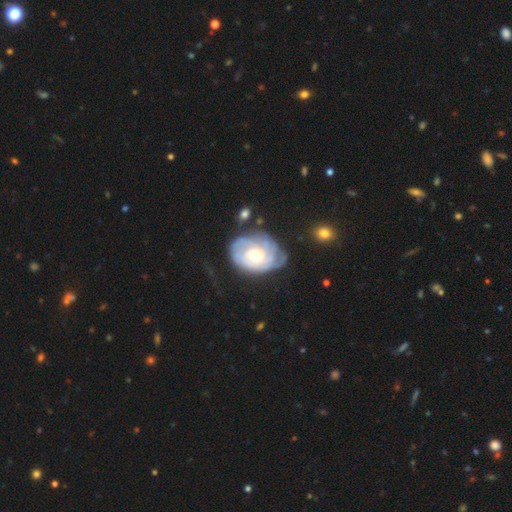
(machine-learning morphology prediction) This is likely a featured or disk galaxy (78%). It is clearly not viewed edge-on (97%). Bar: likely no (76%). Spiral arm pattern: clearly yes (88%). Spiral arm count: possibly can't tell (50%). Spiral winding: likely tight (71%). Central bulge: possibly moderate (59%). Merging: possibly none (57%).